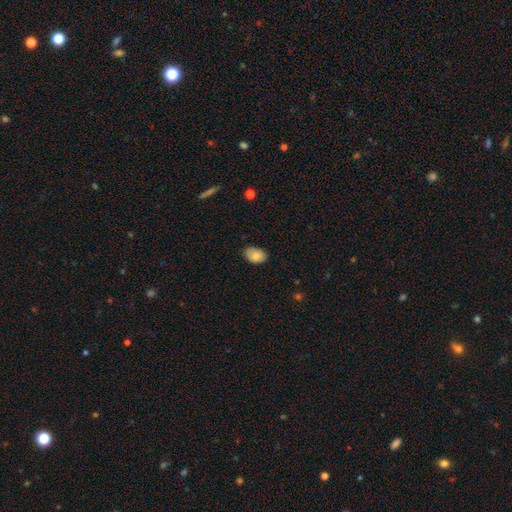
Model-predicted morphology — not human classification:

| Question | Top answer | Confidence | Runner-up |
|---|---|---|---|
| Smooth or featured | smooth | 81% | featured or disk (12%) |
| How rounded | in between | 88% | round (11%) |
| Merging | none | 78% | minor disturbance (18%) |